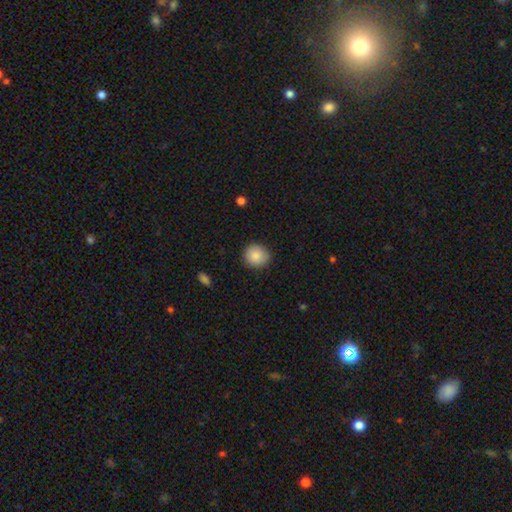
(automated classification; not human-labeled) Smooth or featured? smooth (88%)
How rounded? round (84%)
Merging? none (86%)